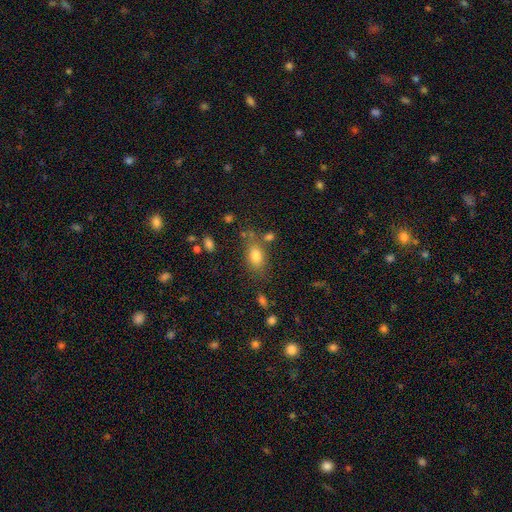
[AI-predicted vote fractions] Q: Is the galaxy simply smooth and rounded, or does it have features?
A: smooth — 79%.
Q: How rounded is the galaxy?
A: in between — 82%.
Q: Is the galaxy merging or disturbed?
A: none — 68%.